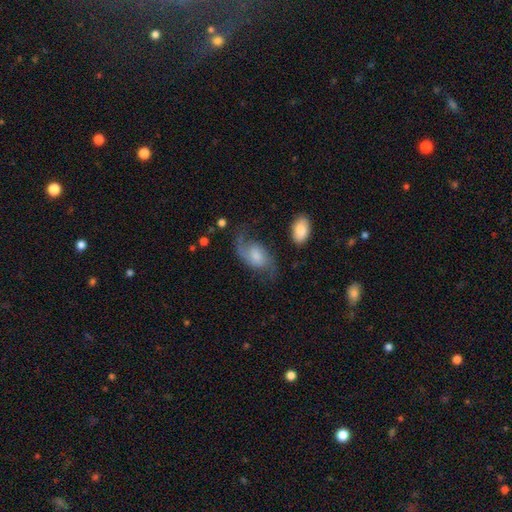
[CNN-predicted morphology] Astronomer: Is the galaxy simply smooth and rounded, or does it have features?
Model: featured or disk — 73%.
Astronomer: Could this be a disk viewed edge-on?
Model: no — 97%.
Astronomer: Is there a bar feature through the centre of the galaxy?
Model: no — 57% (runner-up: weak, 36%).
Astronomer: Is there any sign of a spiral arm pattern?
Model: yes — 94%.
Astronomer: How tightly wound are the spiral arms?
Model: loose — 61%.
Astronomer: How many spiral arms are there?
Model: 2 — 87%.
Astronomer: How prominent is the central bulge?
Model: small — 36% (runner-up: moderate, 33%).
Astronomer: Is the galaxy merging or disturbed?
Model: none — 58%.